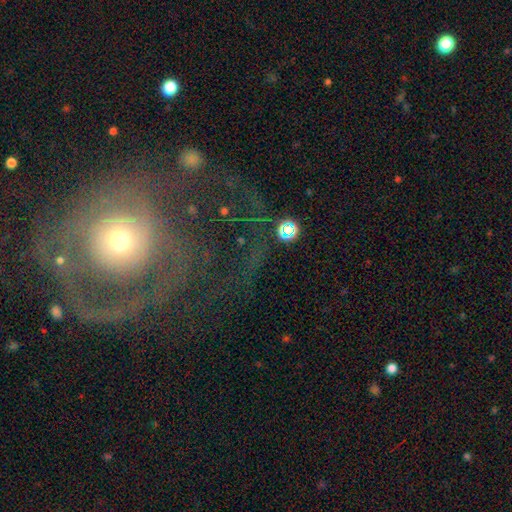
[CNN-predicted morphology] This appears to be a featured or disk galaxy (59%) with no bar (80%), spiral arms (56%) and a moderate central bulge (48%). Merging: major disturbance (41%).